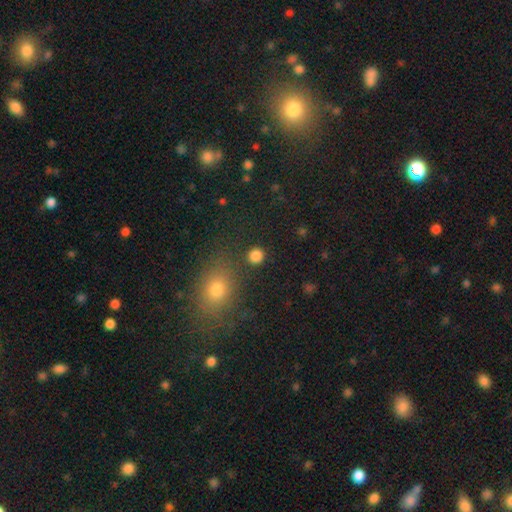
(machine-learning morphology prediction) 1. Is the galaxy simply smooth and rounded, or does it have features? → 84% smooth, 12% star or artifact, 4% featured or disk.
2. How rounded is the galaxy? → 90% round, 9% in between, 1% cigar-shaped.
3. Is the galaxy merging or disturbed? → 87% none, 6% minor disturbance, 4% merger, 3% major disturbance.